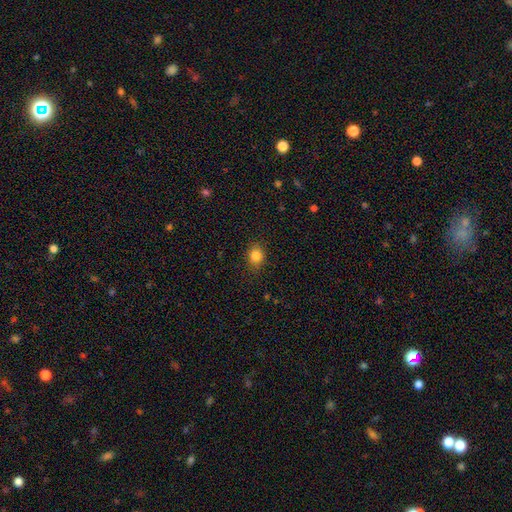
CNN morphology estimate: smooth_or_featured: smooth (p=0.84) [alt: star or artifact p=0.11]
how_rounded: round (p=0.60) [alt: in between p=0.39]
merging: none (p=0.85) [alt: minor disturbance p=0.11]